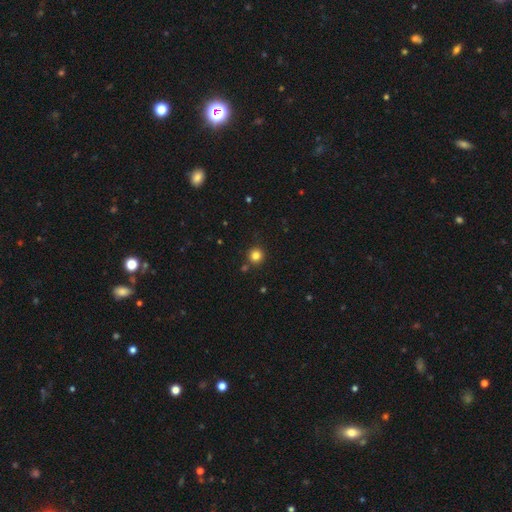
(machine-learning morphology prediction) smooth-or-featured: smooth: 82% | star or artifact: 13% | featured or disk: 5%
  how-rounded: round: 94% | in between: 5% | cigar-shaped: 1%
  merging: none: 85% | minor disturbance: 7% | merger: 5% | major disturbance: 2%